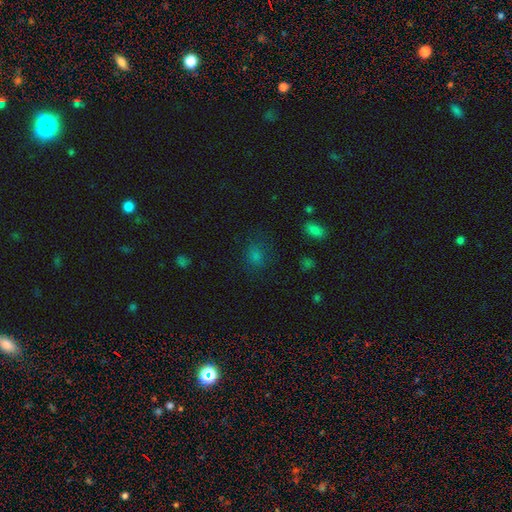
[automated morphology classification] Smooth or featured? smooth (63%)
How rounded? round (55%)
Merging? none (76%)